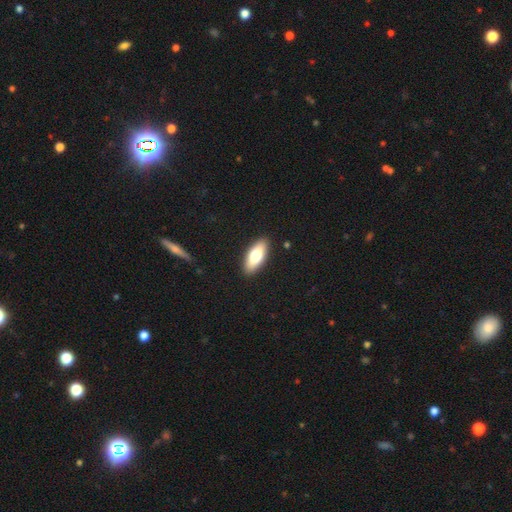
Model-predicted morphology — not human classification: A smooth galaxy with no disk features (75%) that is in between round and cigar-shaped (78%). Merging: none (90%).